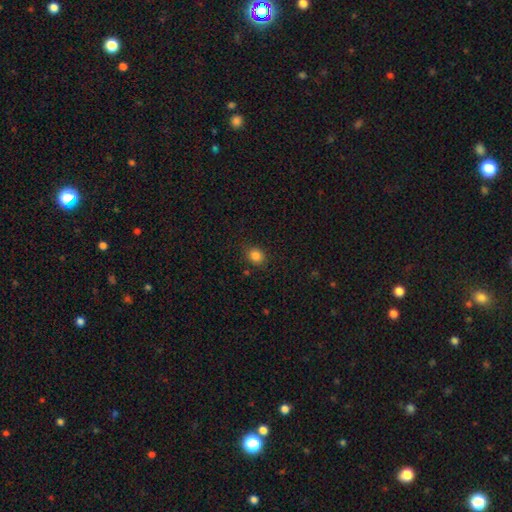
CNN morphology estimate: This appears to be a smooth galaxy with no disk features (84%) that is round (68%). Merging: none (82%).